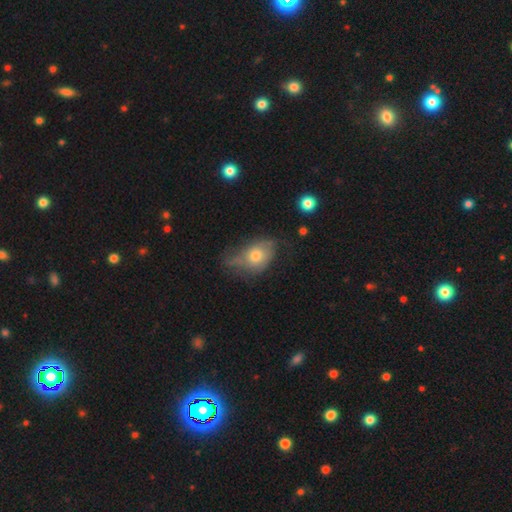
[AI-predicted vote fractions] Q: Smooth or featured?
A: smooth (56%); runner-up: featured or disk (35%)
Q: How rounded?
A: in between (78%); runner-up: round (21%)
Q: Merging?
A: minor disturbance (36%); tied with: none (36%)